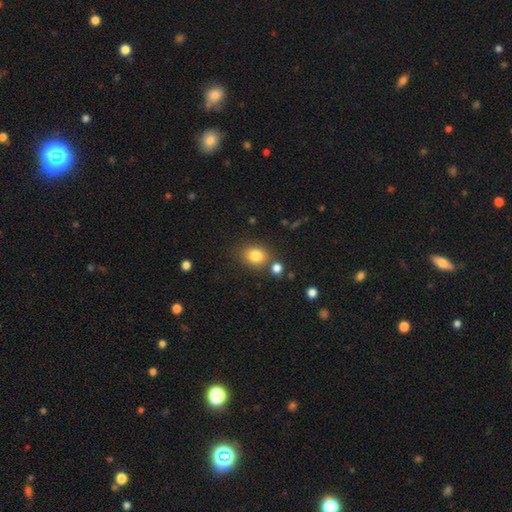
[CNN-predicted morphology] type=smooth (82%); roundness=round (53%); merging=none (74%).